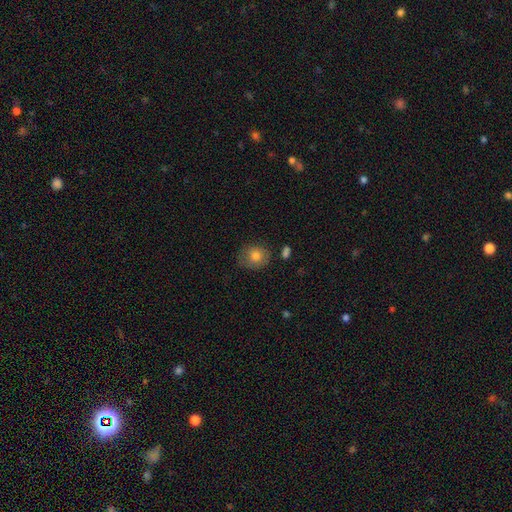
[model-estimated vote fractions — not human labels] Q: Smooth or featured?
A: smooth (77%); runner-up: featured or disk (13%)
Q: How rounded?
A: round (71%); runner-up: in between (28%)
Q: Merging?
A: none (70%); runner-up: minor disturbance (21%)